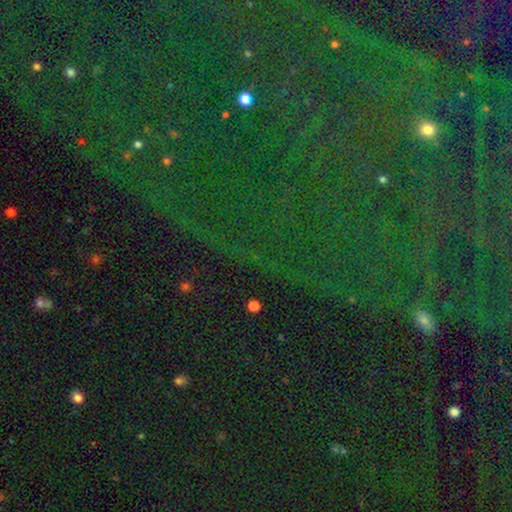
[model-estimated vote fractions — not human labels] Overall: star or artifact (85%).